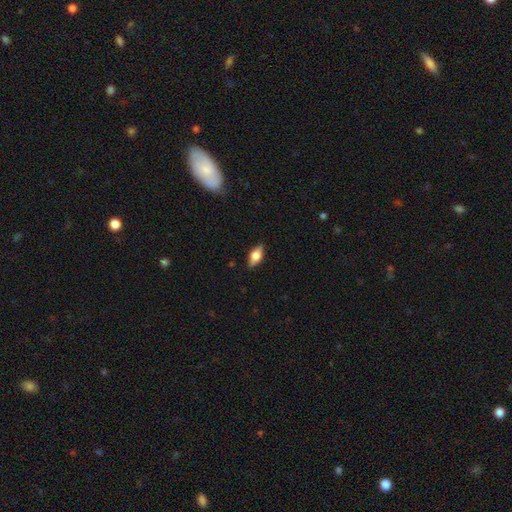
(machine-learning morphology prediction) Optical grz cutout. It shows a smooth galaxy with no disk features (61%) that is in between round and cigar-shaped (82%). Merging: none (87%).